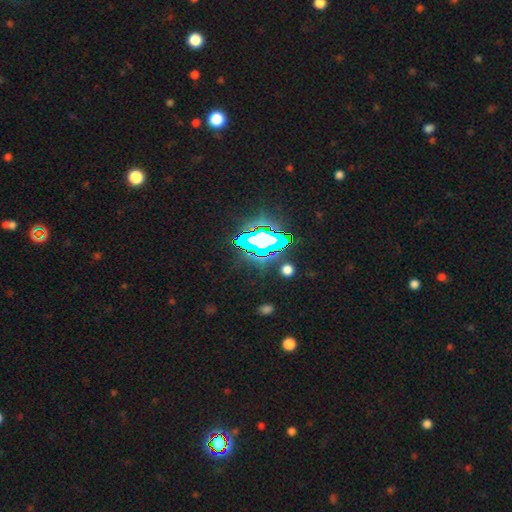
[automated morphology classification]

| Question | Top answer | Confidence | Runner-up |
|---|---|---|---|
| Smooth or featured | star or artifact | 80% | smooth (11%) |